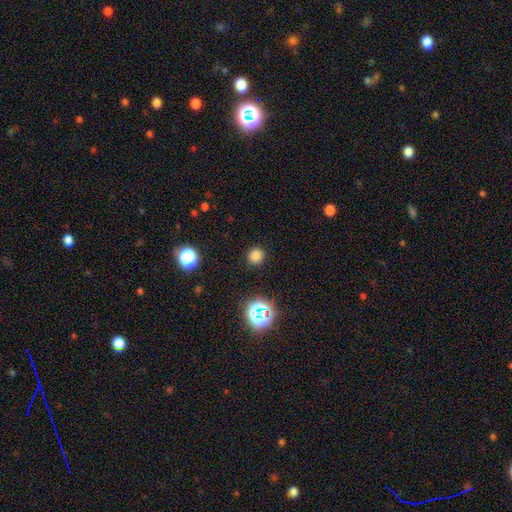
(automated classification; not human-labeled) The model was most divided on "smooth or featured": smooth: 77%, star or artifact: 18%, featured or disk: 4%. More confident: how rounded — round (93%); merging — none (90%).